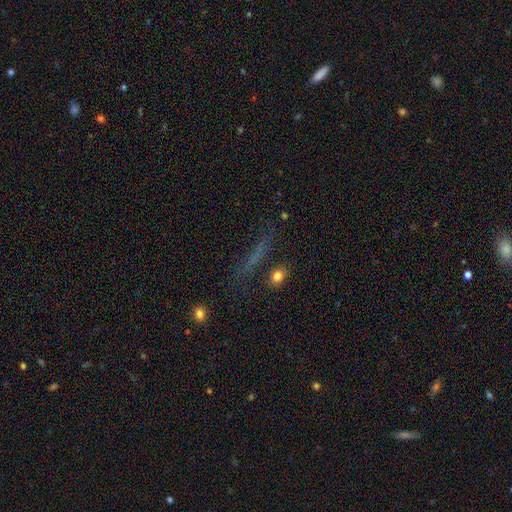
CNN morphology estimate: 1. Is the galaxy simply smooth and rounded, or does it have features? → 45% smooth, 28% star or artifact, 27% featured or disk.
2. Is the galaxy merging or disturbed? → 67% none, 15% minor disturbance, 11% major disturbance, 6% merger.